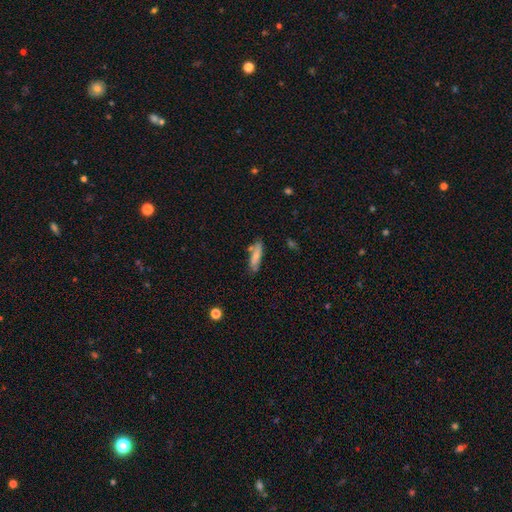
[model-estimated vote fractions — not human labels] A smooth galaxy with no disk features (75%) that is cigar-shaped (63%).

Vote fractions:
- Smooth or featured? smooth: 75% / featured or disk: 18% / star or artifact: 7%
- How rounded? cigar-shaped: 63% / in between: 35% / round: 2%
- Merging? none: 71% / minor disturbance: 17% / merger: 8% / major disturbance: 4%